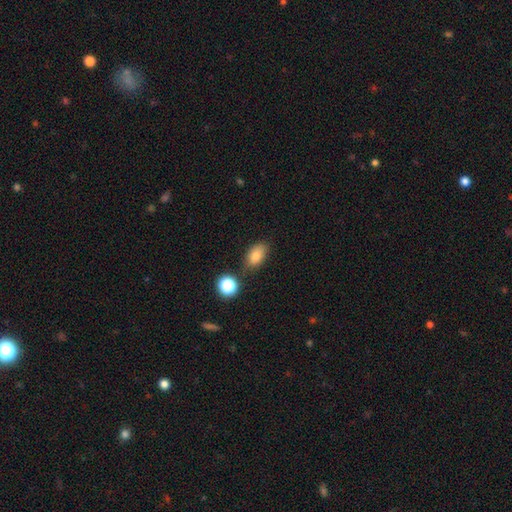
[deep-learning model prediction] Smooth or featured: smooth — 81% (star or artifact — 11%)
How rounded: in between — 87% (round — 10%)
Merging: none — 75% (minor disturbance — 15%)